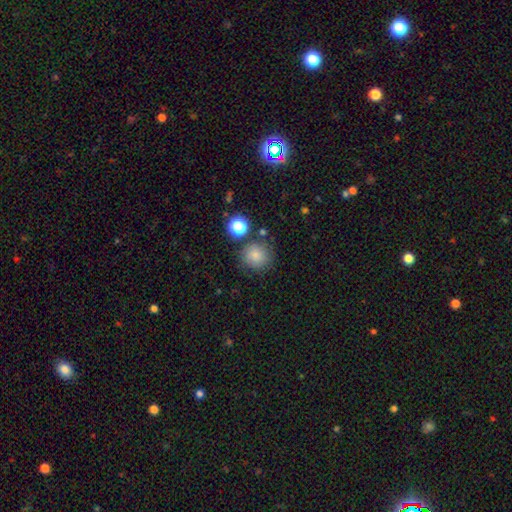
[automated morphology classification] smooth 80%, star or artifact 12%, featured or disk 9%. Down the decision tree: how rounded — round (90%); merging — none (76%).